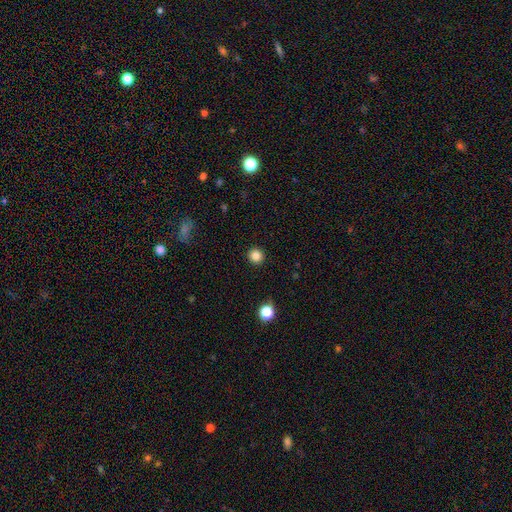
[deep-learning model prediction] smooth-or-featured: smooth: 84% | star or artifact: 12% | featured or disk: 4%
  how-rounded: round: 93% | in between: 6% | cigar-shaped: 1%
  merging: none: 92% | minor disturbance: 5% | major disturbance: 2% | merger: 1%